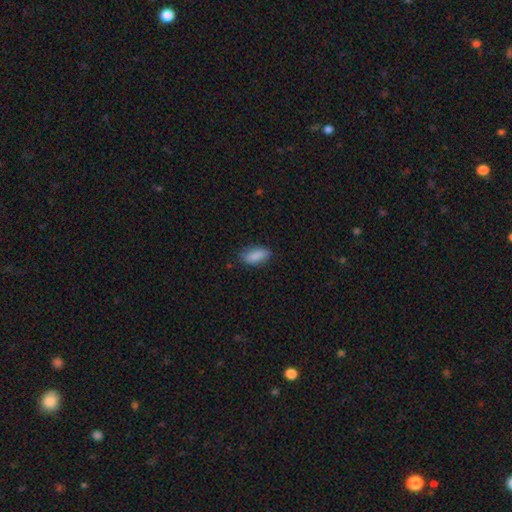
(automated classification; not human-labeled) A smooth galaxy with no disk features (87%) that is in between round and cigar-shaped (85%).

Vote fractions:
- Smooth or featured? smooth: 87% / star or artifact: 7% / featured or disk: 6%
- How rounded? in between: 85% / cigar-shaped: 12% / round: 3%
- Merging? none: 76% / minor disturbance: 19% / major disturbance: 4% / merger: 1%